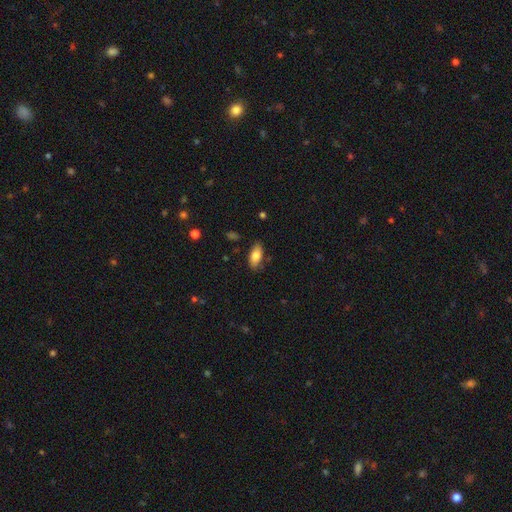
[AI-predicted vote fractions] Smooth or featured: smooth — 80% (featured or disk — 13%)
How rounded: in between — 88% (cigar-shaped — 10%)
Merging: none — 81% (minor disturbance — 14%)